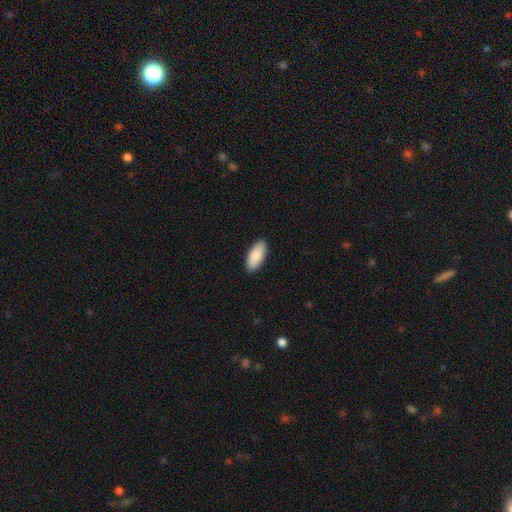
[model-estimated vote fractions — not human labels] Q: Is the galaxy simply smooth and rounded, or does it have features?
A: smooth — 88%.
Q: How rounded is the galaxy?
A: in between — 91%.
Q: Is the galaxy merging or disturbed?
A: none — 90%.